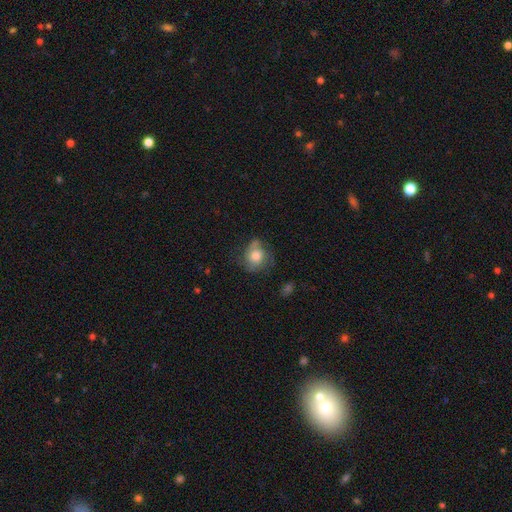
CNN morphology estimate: This appears to be a smooth galaxy with no disk features (55%) that is round (72%). Merging: none (55%).